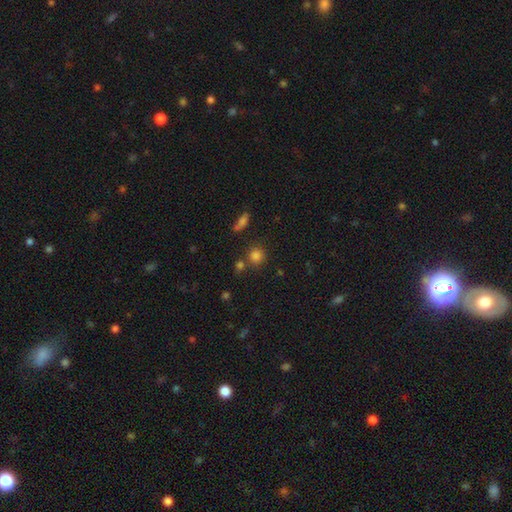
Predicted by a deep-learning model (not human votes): smooth_or_featured: smooth (p=0.80) [alt: star or artifact p=0.14]
how_rounded: round (p=0.86) [alt: in between p=0.12]
merging: none (p=0.70) [alt: merger p=0.15]